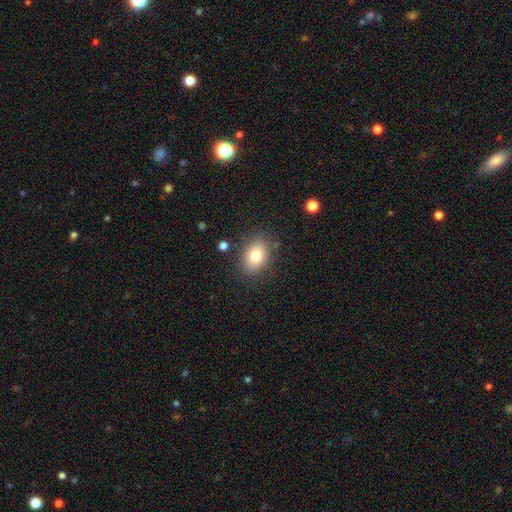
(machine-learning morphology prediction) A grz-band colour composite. It shows a smooth galaxy with no disk features (79%) that is in between round and cigar-shaped (72%). Merging: none (82%).